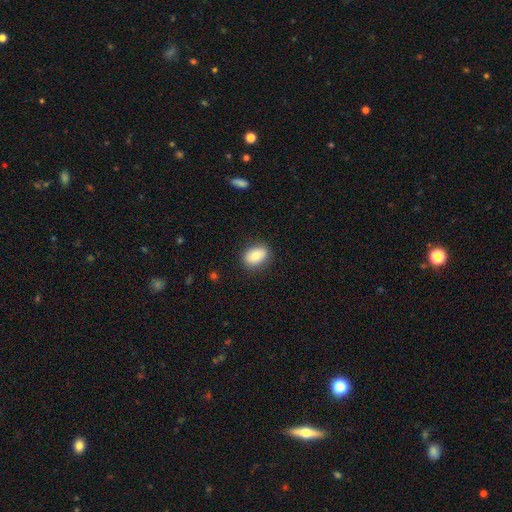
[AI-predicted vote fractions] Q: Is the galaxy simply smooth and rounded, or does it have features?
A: smooth — 78%.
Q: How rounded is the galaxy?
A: in between — 79%.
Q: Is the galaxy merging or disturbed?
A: none — 86%.